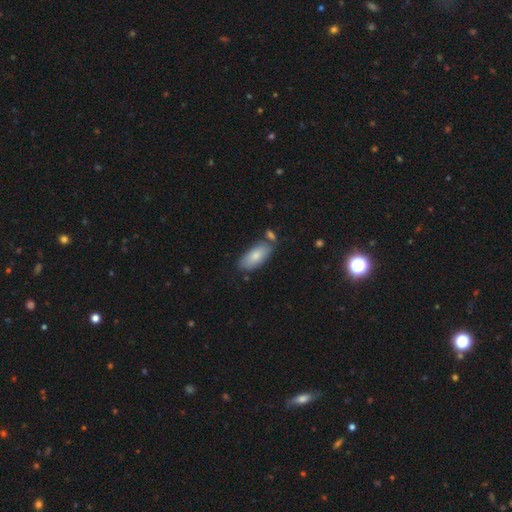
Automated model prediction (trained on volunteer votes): smooth 79%, featured or disk 16%, star or artifact 6%. Down the decision tree: how rounded — in between (90%); merging — none (70%).